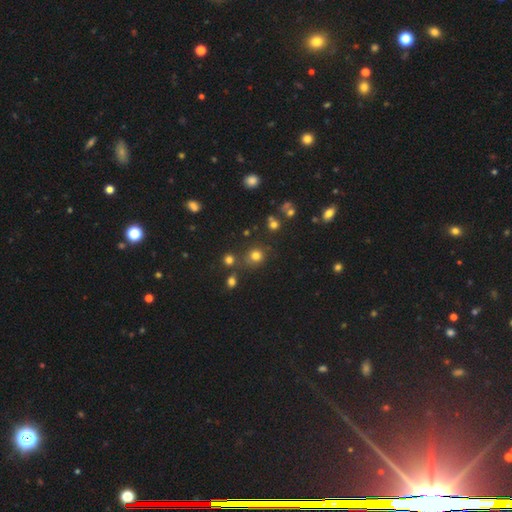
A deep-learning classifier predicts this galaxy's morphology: A smooth galaxy with no disk features (73%) that is round (88%). Merging: none (76%).